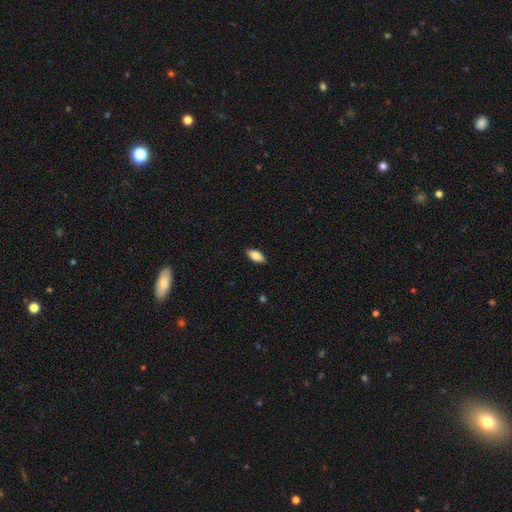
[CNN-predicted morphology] smooth-or-featured: smooth: 81% | featured or disk: 13% | star or artifact: 7%
  how-rounded: in between: 86% | cigar-shaped: 11% | round: 2%
  merging: none: 89% | minor disturbance: 9% | major disturbance: 2% | merger: 1%